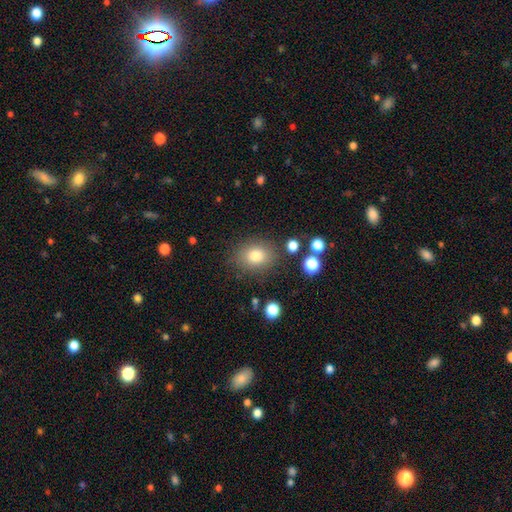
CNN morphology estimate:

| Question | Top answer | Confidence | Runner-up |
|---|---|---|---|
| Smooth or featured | smooth | 79% | star or artifact (11%) |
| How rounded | in between | 50% | round (48%) |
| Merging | none | 81% | minor disturbance (12%) |